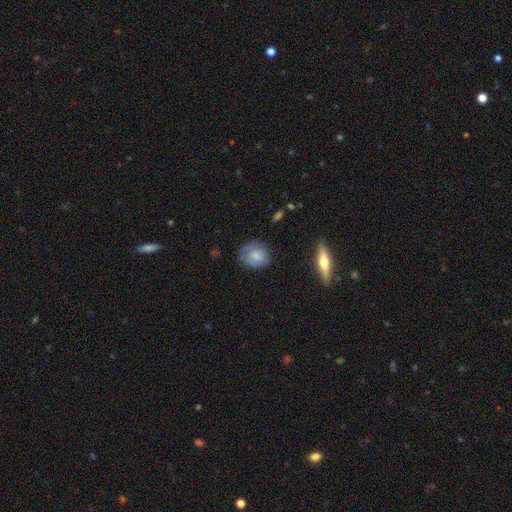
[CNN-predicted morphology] Smooth or featured?
  - smooth: 62% *
  - featured or disk: 30%
  - star or artifact: 8%
How rounded?
  - round: 63% *
  - in between: 35%
  - cigar-shaped: 1%
Merging?
  - none: 73% *
  - minor disturbance: 20%
  - major disturbance: 6%
  - merger: 1%